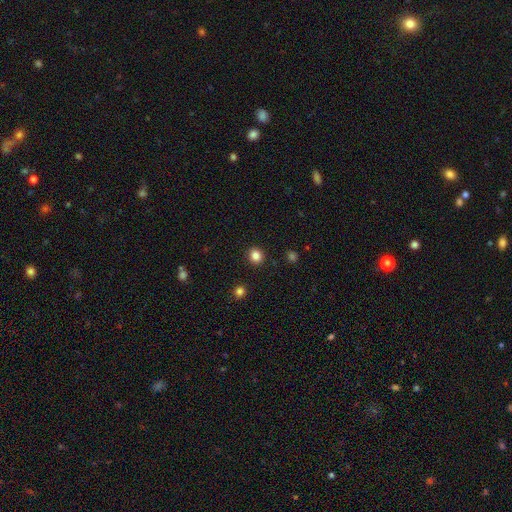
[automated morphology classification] Overall: smooth (84%). How rounded: round (86%). Merging: none (92%).